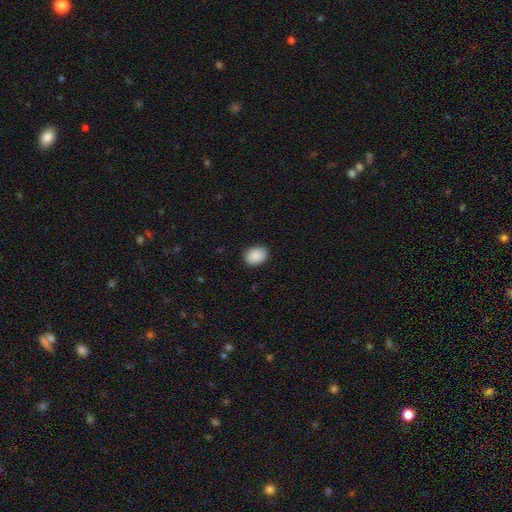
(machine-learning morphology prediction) A smooth galaxy with no disk features (90%) that is in between round and cigar-shaped (62%).

Vote fractions:
- Smooth or featured? smooth: 90% / star or artifact: 7% / featured or disk: 3%
- How rounded? in between: 62% / round: 37% / cigar-shaped: 1%
- Merging? none: 86% / minor disturbance: 11% / major disturbance: 2% / merger: 1%